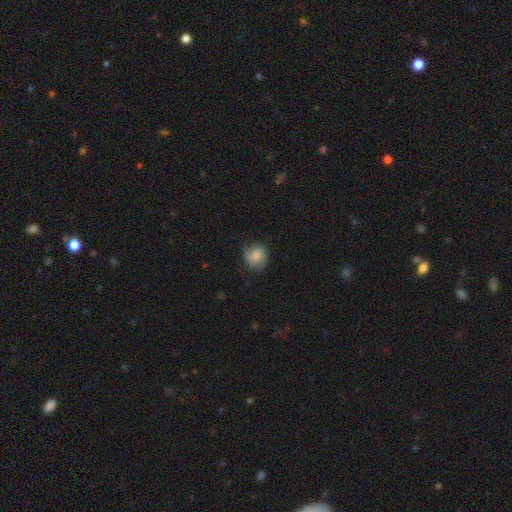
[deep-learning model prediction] Smooth or featured?
  - smooth: 82% *
  - featured or disk: 10%
  - star or artifact: 8%
How rounded?
  - round: 74% *
  - in between: 25%
  - cigar-shaped: 1%
Merging?
  - none: 67% *
  - minor disturbance: 25%
  - major disturbance: 7%
  - merger: 1%